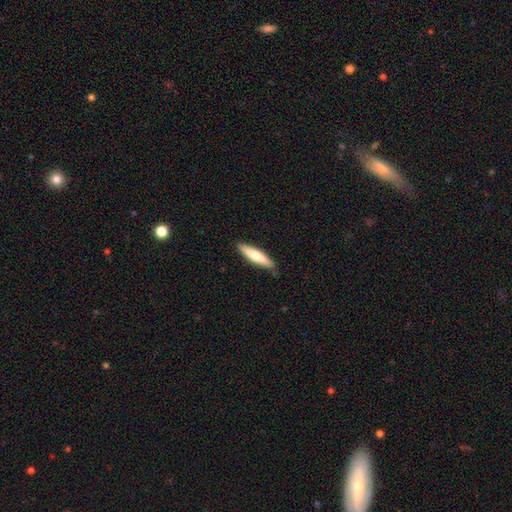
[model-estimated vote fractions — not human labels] Smooth or featured? smooth (63%)
How rounded? cigar-shaped (75%)
Merging? none (85%)